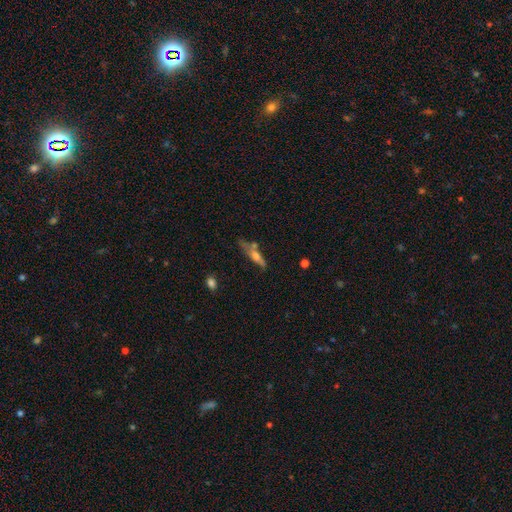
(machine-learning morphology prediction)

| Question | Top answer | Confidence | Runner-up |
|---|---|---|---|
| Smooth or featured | smooth | 50% | featured or disk (40%) |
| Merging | none | 42% | minor disturbance (24%) |